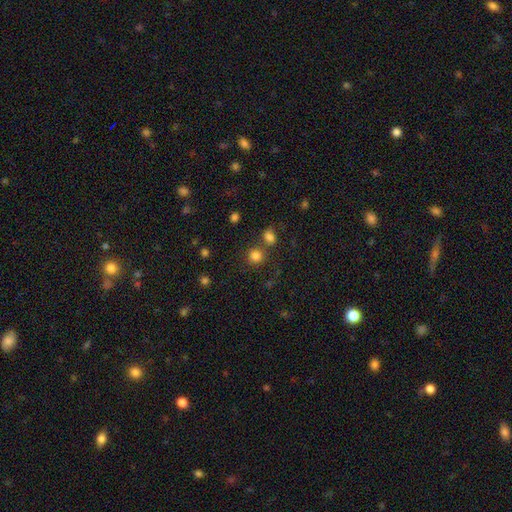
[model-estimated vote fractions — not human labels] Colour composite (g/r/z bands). It shows a smooth galaxy with no disk features (80%) that is round (87%). Merging: none (68%).